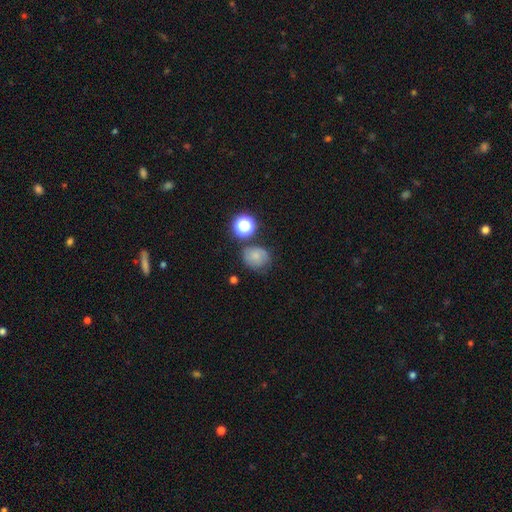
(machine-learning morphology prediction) Smooth or featured?
  - smooth: 64% *
  - featured or disk: 20%
  - star or artifact: 16%
How rounded?
  - round: 68% *
  - in between: 31%
  - cigar-shaped: 1%
Merging?
  - none: 62% *
  - minor disturbance: 23%
  - major disturbance: 8%
  - merger: 8%